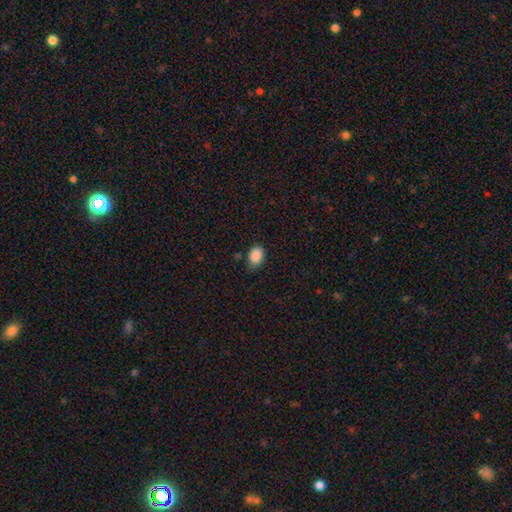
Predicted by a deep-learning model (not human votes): The model was most divided on "how rounded": in between: 74%, round: 25%, cigar-shaped: 1%. More confident: smooth or featured — smooth (88%); merging — none (74%).